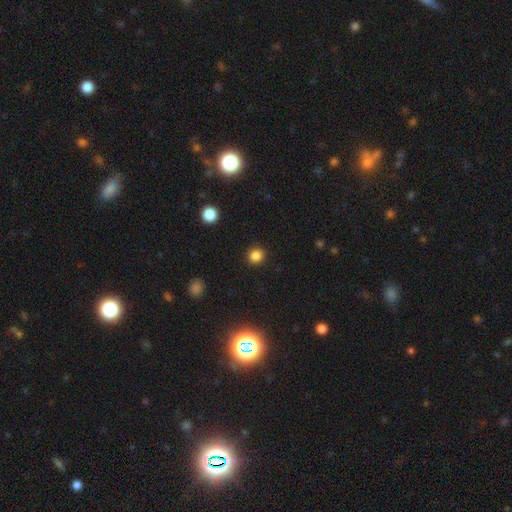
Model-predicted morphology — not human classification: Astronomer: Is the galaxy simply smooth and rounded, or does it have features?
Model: smooth — 84%.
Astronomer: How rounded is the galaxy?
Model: round — 89%.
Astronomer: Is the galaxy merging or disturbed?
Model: none — 92%.